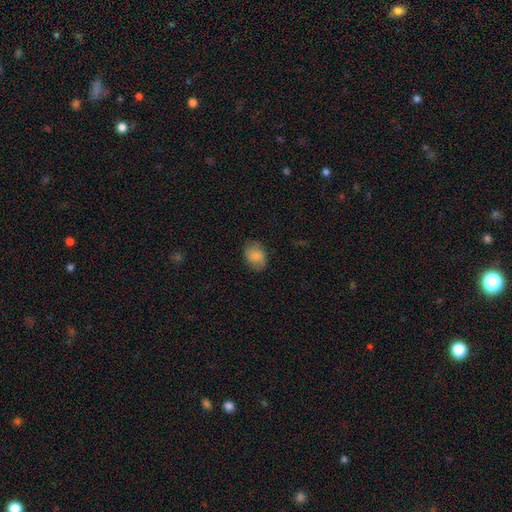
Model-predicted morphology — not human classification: Smooth or featured: smooth — 85% (featured or disk — 8%)
How rounded: in between — 68% (round — 31%)
Merging: none — 79% (minor disturbance — 16%)